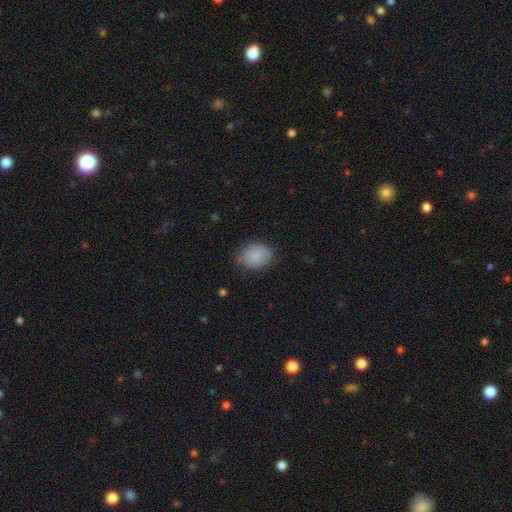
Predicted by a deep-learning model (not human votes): smooth-or-featured: smooth: 85% | featured or disk: 8% | star or artifact: 7%
  how-rounded: in between: 59% | round: 40% | cigar-shaped: 1%
  merging: none: 76% | minor disturbance: 18% | major disturbance: 4% | merger: 1%